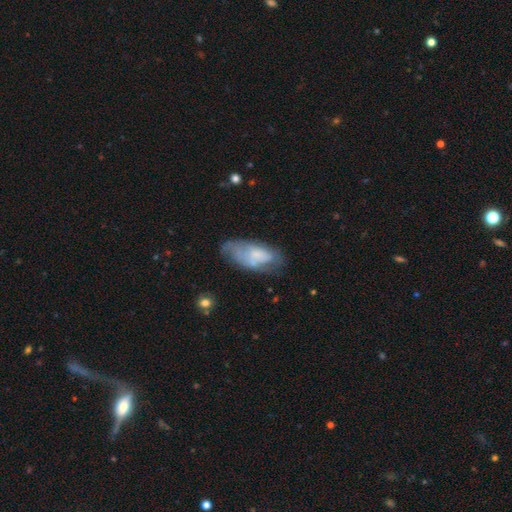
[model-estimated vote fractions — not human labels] smooth 55%, featured or disk 37%, star or artifact 8%. Down the decision tree: how rounded — in between (88%); merging — none (48%).